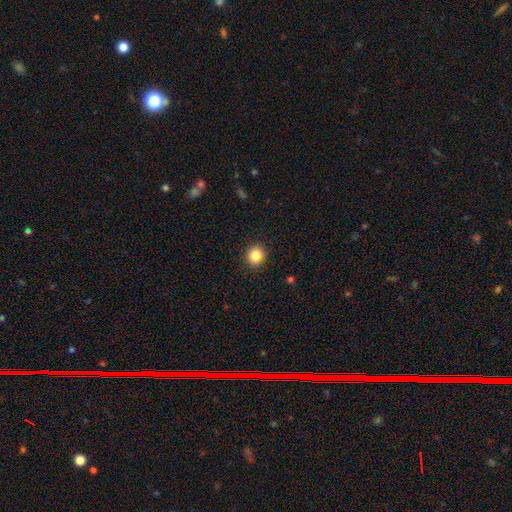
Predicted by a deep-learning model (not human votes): smooth_or_featured: smooth (p=0.83) [alt: star or artifact p=0.11]
how_rounded: round (p=0.87) [alt: in between p=0.12]
merging: none (p=0.89) [alt: minor disturbance p=0.07]